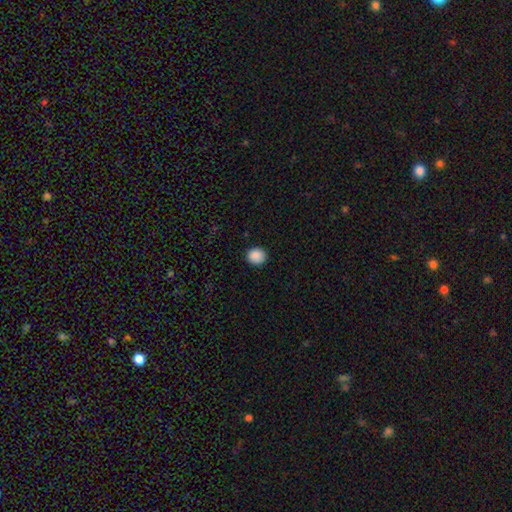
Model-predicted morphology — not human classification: A smooth galaxy with no disk features (89%) that is round (89%).

Vote fractions:
- Smooth or featured? smooth: 89% / star or artifact: 9% / featured or disk: 3%
- How rounded? round: 89% / in between: 10% / cigar-shaped: 1%
- Merging? none: 91% / minor disturbance: 6% / major disturbance: 2% / merger: 1%